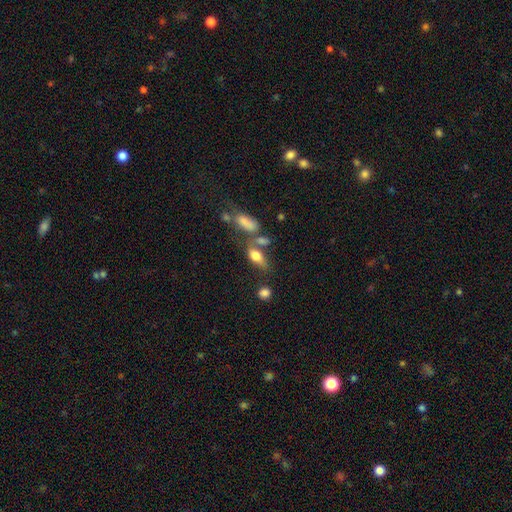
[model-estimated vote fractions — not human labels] Overall: smooth (68%). How rounded: in between (77%). Merging: none (39%; merger 33%).